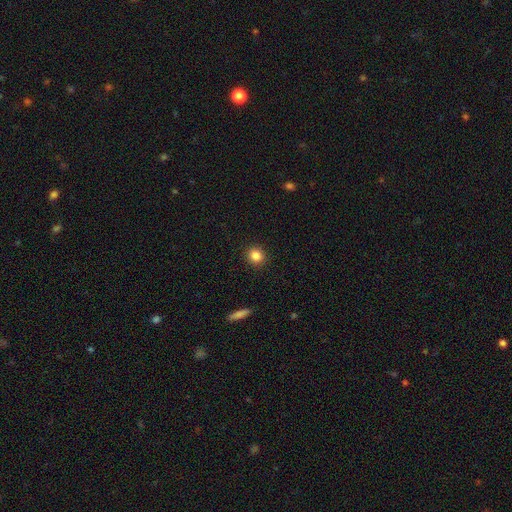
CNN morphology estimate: This is clearly a smooth galaxy (85%). How rounded: clearly round (88%). Merging: clearly none (92%).